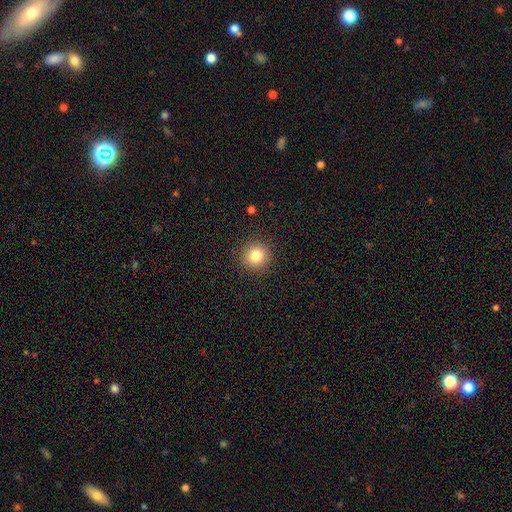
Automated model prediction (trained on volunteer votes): smooth 81%, star or artifact 12%, featured or disk 7%. Down the decision tree: how rounded — round (93%); merging — none (91%).